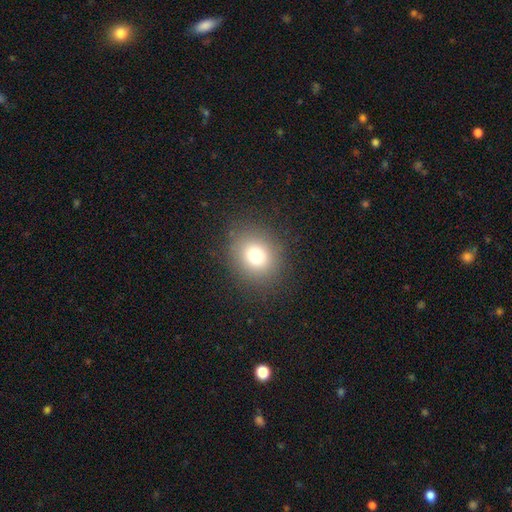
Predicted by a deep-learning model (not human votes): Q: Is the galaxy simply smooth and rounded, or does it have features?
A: smooth — 75%.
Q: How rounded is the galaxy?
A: round — 76%.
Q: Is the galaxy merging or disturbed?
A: none — 87%.